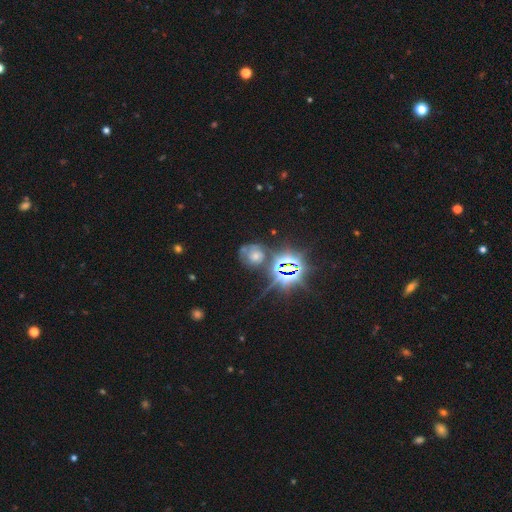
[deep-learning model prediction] Q: Smooth or featured?
A: star or artifact (56%); runner-up: smooth (23%)